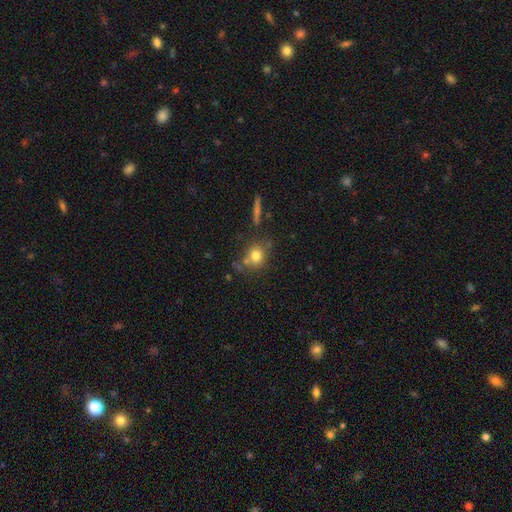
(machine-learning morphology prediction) Overall: smooth (76%). How rounded: round (77%). Merging: none (65%).